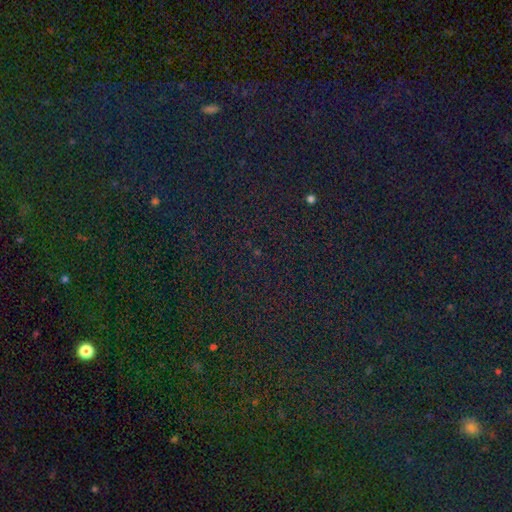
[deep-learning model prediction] Smooth or featured?
  - star or artifact: 81% *
  - smooth: 12%
  - featured or disk: 8%